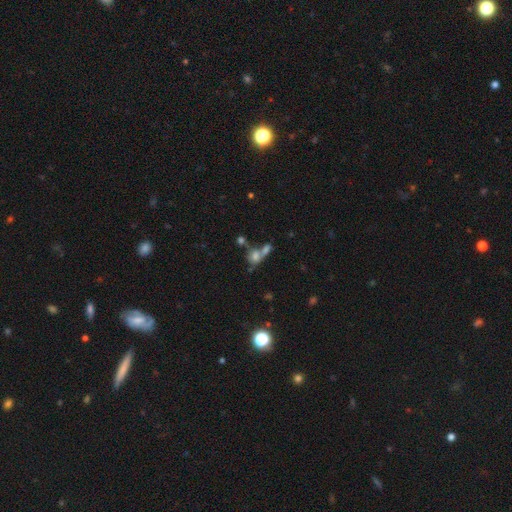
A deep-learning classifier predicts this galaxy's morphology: smooth-or-featured: smooth: 62% | featured or disk: 20% | star or artifact: 18%
  how-rounded: in between: 56% | round: 38% | cigar-shaped: 6%
  merging: merger: 50% | none: 30% | minor disturbance: 11% | major disturbance: 10%